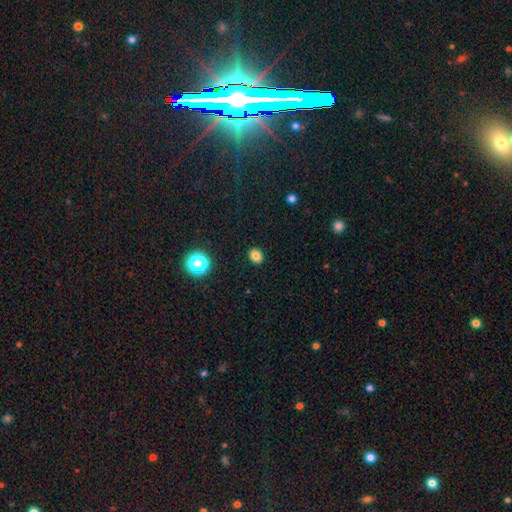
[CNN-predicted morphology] The model was most divided on "how rounded": round: 61%, in between: 38%, cigar-shaped: 1%. More confident: merging — none (91%); smooth or featured — smooth (81%).